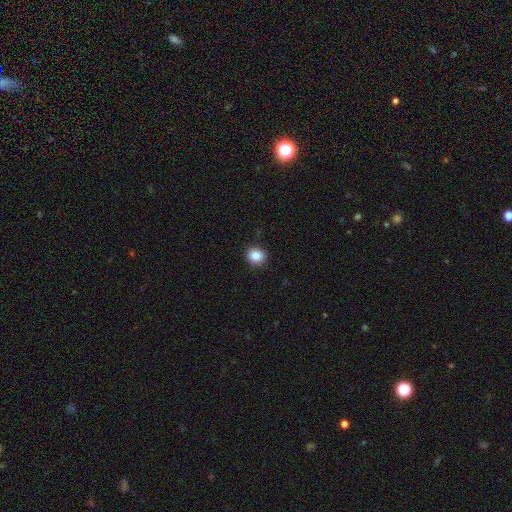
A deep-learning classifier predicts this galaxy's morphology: Smooth or featured? smooth (85%)
How rounded? round (76%)
Merging? none (90%)